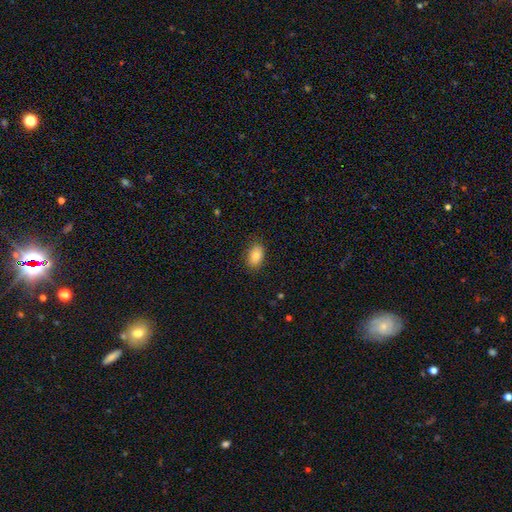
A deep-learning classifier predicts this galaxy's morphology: The model was most divided on "merging": none: 84%, minor disturbance: 13%, major disturbance: 3%, merger: 1%. More confident: how rounded — in between (88%); smooth or featured — smooth (85%).